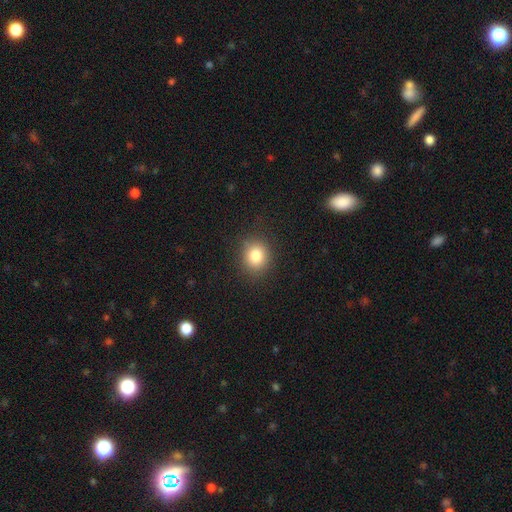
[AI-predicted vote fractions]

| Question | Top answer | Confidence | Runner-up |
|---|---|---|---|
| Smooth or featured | smooth | 81% | star or artifact (12%) |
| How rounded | round | 79% | in between (20%) |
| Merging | none | 88% | minor disturbance (8%) |